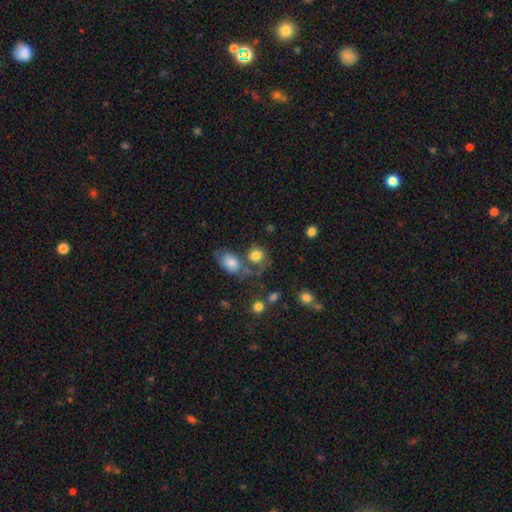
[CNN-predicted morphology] This appears to be a smooth galaxy with no disk features (79%) that is round (67%). Merging: none (43%).